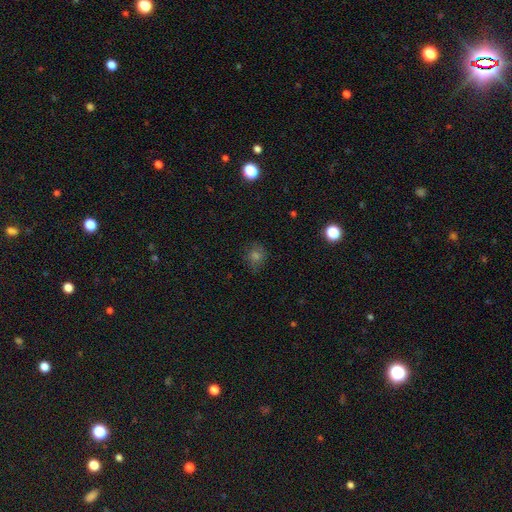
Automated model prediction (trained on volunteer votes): Smooth or featured?
  - smooth: 62% *
  - star or artifact: 26%
  - featured or disk: 13%
How rounded?
  - round: 81% *
  - in between: 18%
  - cigar-shaped: 1%
Merging?
  - none: 80% *
  - minor disturbance: 15%
  - major disturbance: 4%
  - merger: 1%